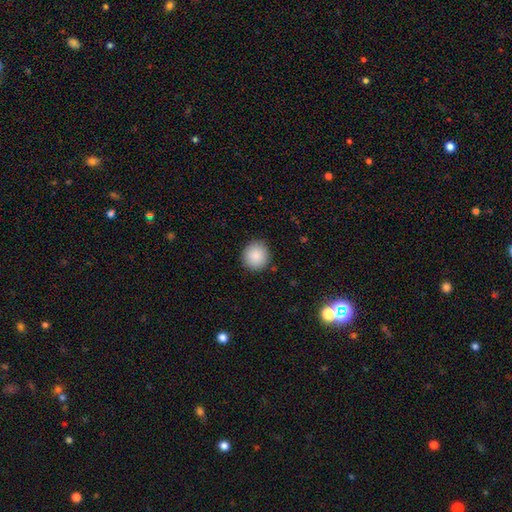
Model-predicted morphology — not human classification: smooth 88%, star or artifact 8%, featured or disk 4%. Down the decision tree: how rounded — round (92%); merging — none (90%).